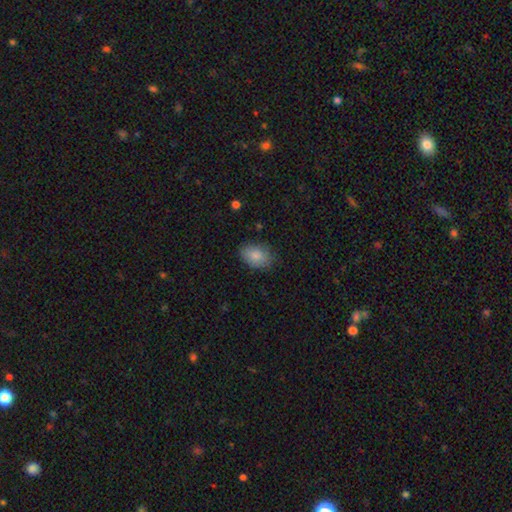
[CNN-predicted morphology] A smooth galaxy with no disk features (85%) that is in between round and cigar-shaped (85%). Merging: none (79%).